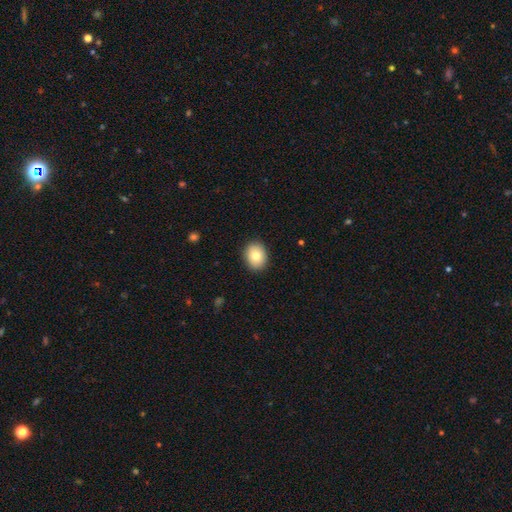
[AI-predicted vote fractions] Smooth or featured: smooth — 79% (featured or disk — 12%)
How rounded: round — 51% (in between — 48%)
Merging: none — 90% (minor disturbance — 8%)